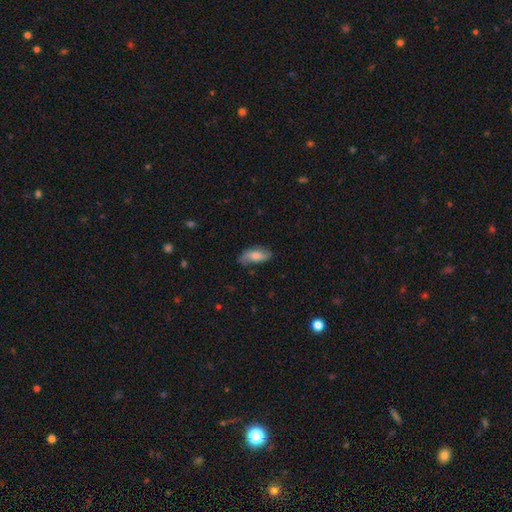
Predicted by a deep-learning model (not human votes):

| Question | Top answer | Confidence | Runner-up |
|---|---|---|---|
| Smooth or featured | smooth | 64% | featured or disk (29%) |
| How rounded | in between | 86% | cigar-shaped (11%) |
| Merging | none | 70% | minor disturbance (23%) |